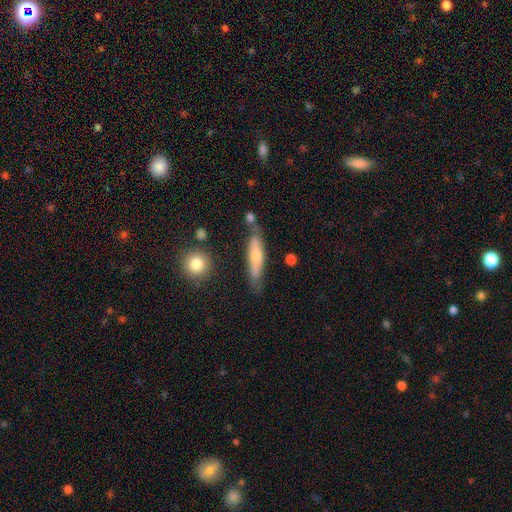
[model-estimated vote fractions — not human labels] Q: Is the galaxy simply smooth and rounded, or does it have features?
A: featured or disk — 56%.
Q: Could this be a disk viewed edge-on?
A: yes — 81%.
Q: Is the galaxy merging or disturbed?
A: none — 77%.